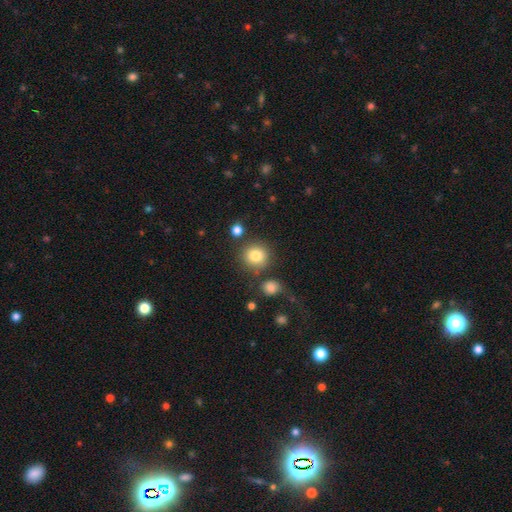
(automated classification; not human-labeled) This is clearly a smooth galaxy (83%). How rounded: clearly round (91%). Merging: likely none (79%).